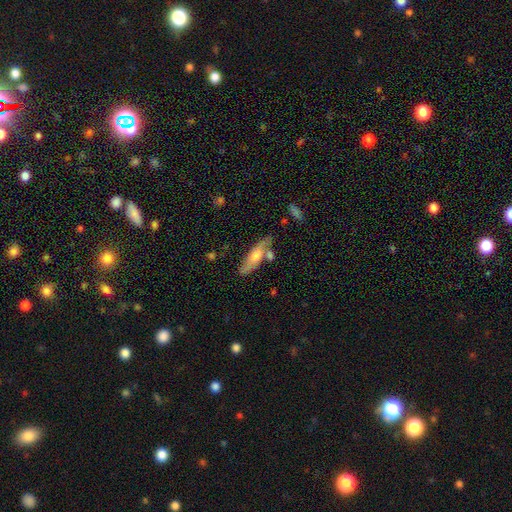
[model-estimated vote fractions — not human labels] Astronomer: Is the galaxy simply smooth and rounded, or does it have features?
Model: smooth — 49% (runner-up: featured or disk, 45%).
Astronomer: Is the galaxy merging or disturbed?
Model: none — 63%.